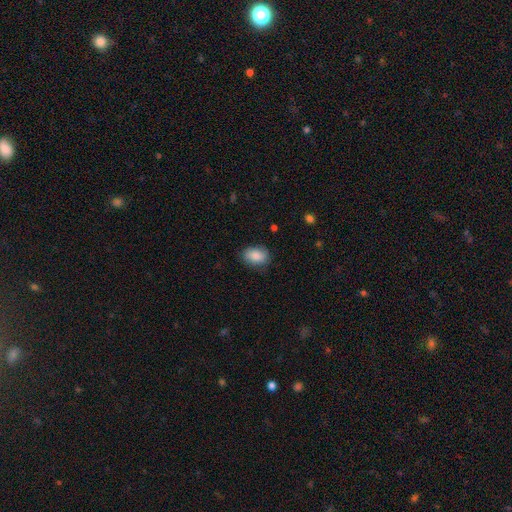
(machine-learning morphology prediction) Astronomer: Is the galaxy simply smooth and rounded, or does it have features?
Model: smooth — 88%.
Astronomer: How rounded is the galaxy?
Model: in between — 82%.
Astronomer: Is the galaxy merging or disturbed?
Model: none — 79%.